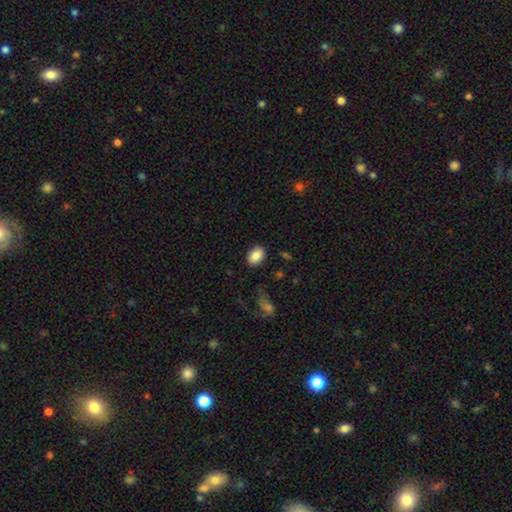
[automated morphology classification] Q: Smooth or featured?
A: smooth (86%); runner-up: star or artifact (8%)
Q: How rounded?
A: in between (81%); runner-up: round (18%)
Q: Merging?
A: none (86%); runner-up: minor disturbance (10%)